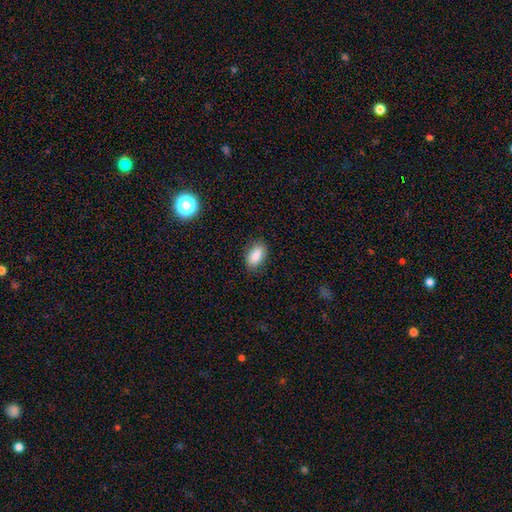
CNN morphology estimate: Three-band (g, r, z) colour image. It shows a smooth galaxy with no disk features (87%) that is in between round and cigar-shaped (90%). Merging: none (84%).